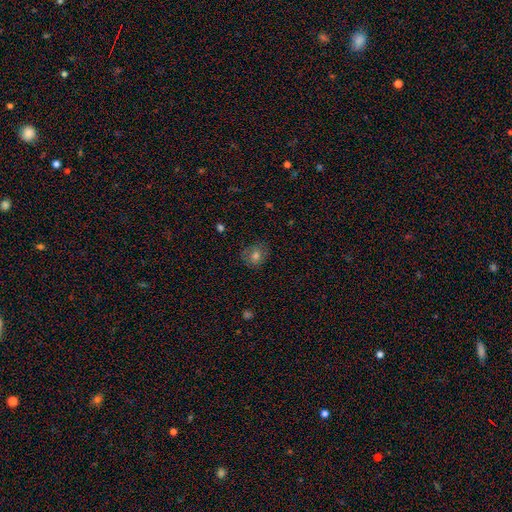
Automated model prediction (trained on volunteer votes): Smooth or featured: smooth — 64% (featured or disk — 21%)
How rounded: round — 72% (in between — 27%)
Merging: none — 75% (minor disturbance — 18%)